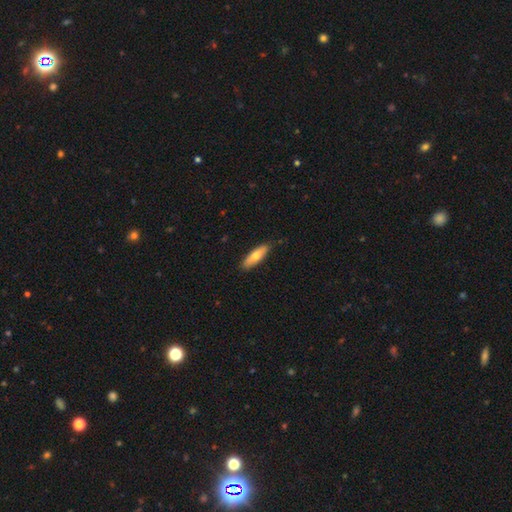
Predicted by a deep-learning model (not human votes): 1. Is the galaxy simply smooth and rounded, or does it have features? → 67% smooth, 27% featured or disk, 5% star or artifact.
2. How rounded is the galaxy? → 59% cigar-shaped, 38% in between, 2% round.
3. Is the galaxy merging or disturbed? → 86% none, 11% minor disturbance, 2% major disturbance, 1% merger.